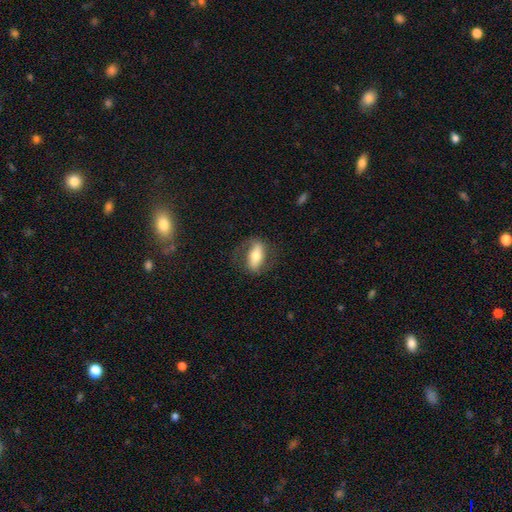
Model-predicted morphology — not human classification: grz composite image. It shows a featured or disk galaxy (47%). Merging: none (71%).